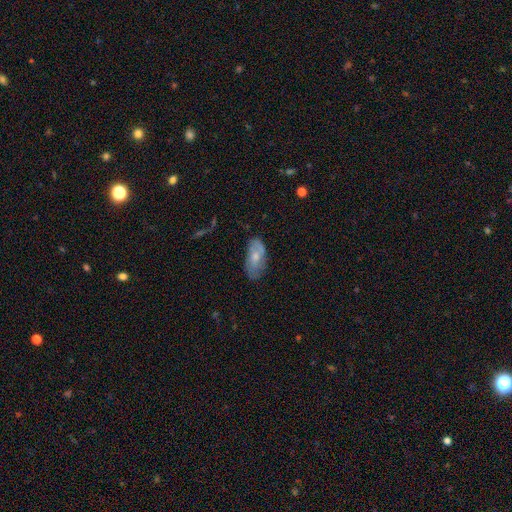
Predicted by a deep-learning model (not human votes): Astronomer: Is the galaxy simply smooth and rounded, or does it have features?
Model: smooth — 56% (runner-up: featured or disk, 37%).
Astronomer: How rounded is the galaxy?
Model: in between — 90%.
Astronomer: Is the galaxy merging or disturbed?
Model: none — 69%.